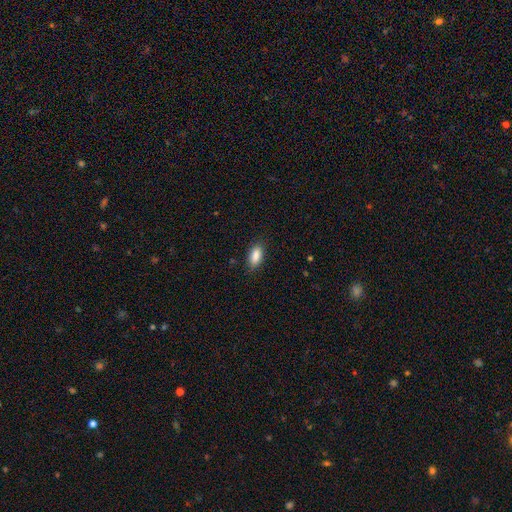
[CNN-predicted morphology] Smooth or featured? smooth (88%)
How rounded? in between (89%)
Merging? none (83%)